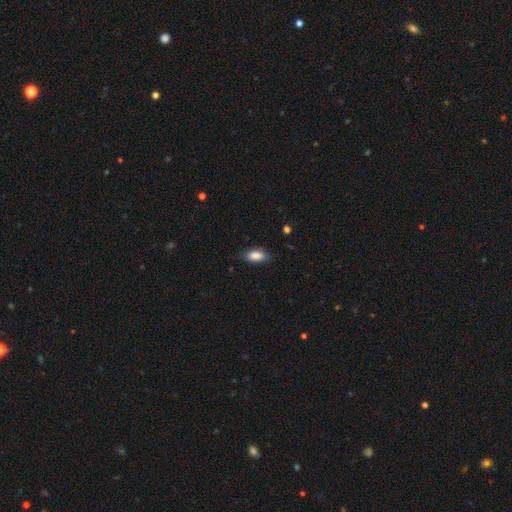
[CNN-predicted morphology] This appears to be a smooth galaxy with no disk features (86%) that is in between round and cigar-shaped (89%). Merging: none (79%).